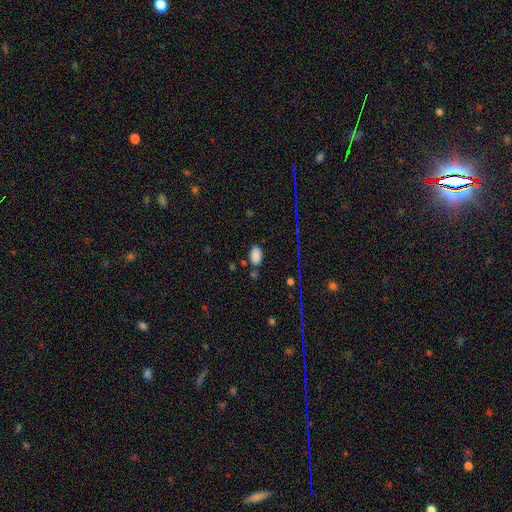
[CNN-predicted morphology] A smooth galaxy with no disk features (81%) that is in between round and cigar-shaped (90%).

Vote fractions:
- Smooth or featured? smooth: 81% / star or artifact: 13% / featured or disk: 5%
- How rounded? in between: 90% / round: 9% / cigar-shaped: 1%
- Merging? none: 76% / minor disturbance: 15% / merger: 6% / major disturbance: 3%